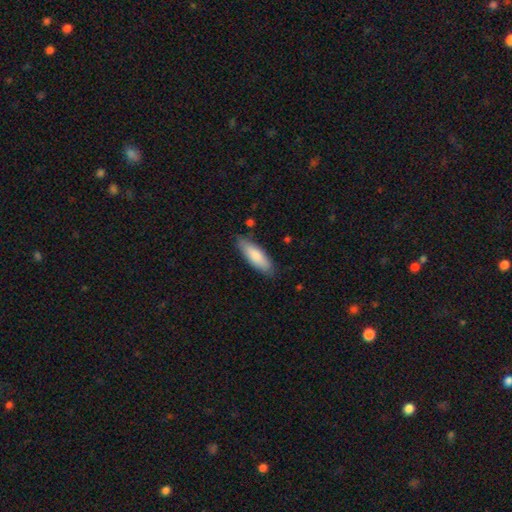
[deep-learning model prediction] Overall: smooth (83%). How rounded: in between (59%; cigar-shaped 40%). Merging: none (82%).